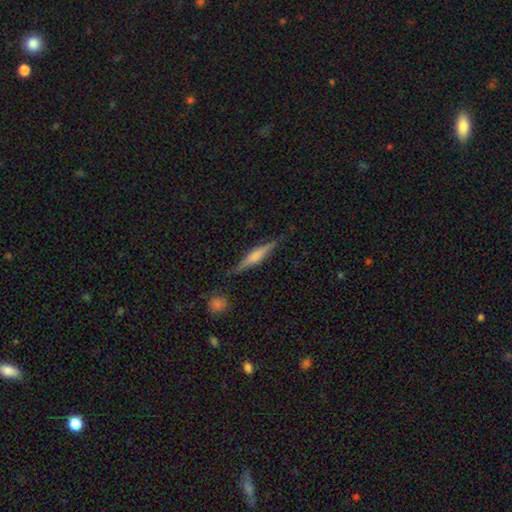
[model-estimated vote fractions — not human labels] The model was most divided on "edge-on bulge": rounded: 62%, boxy: 28%, none: 11%. More confident: edge-on disk — yes (97%); merging — none (85%); smooth or featured — featured or disk (68%).